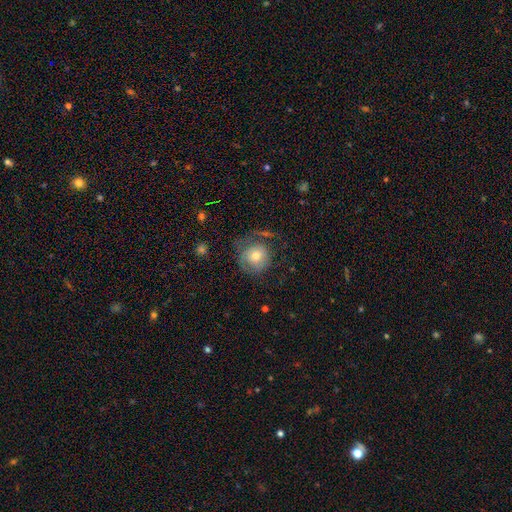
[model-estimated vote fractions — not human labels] Morphology: type=smooth (57%); roundness=round (88%); merging=none (52%).